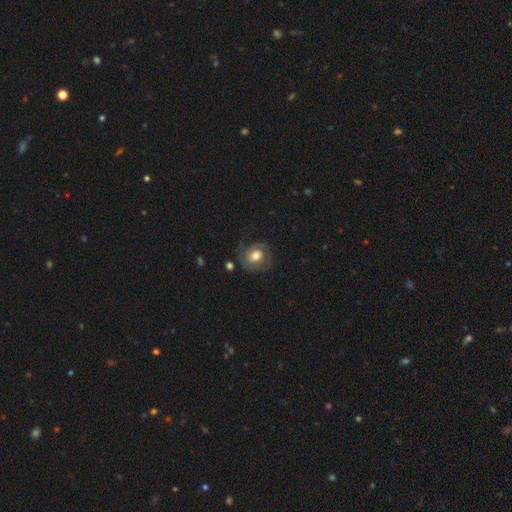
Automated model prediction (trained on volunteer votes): Overall: featured or disk (57%; smooth 35%). Edge-on disk: no (97%). Bar: no (63%; weak 30%). Spiral arms: yes (80%). Bulge size: moderate (60%; large 29%). Merging: none (63%).